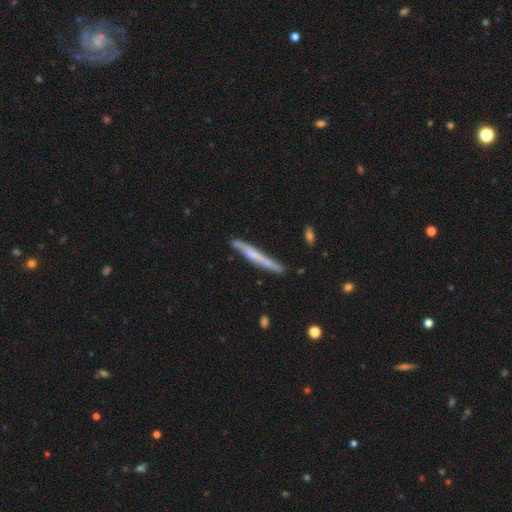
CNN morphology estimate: Q: Smooth or featured?
A: featured or disk (49%); runner-up: smooth (45%)
Q: Merging?
A: none (80%); runner-up: minor disturbance (15%)